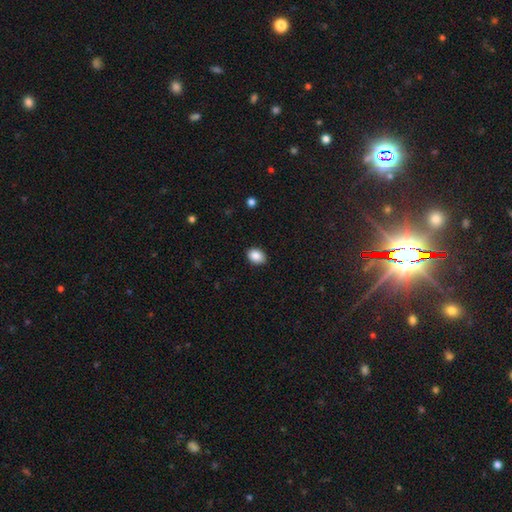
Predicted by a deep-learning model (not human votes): Morphology: type=smooth (88%); roundness=in between (73%); merging=none (89%).